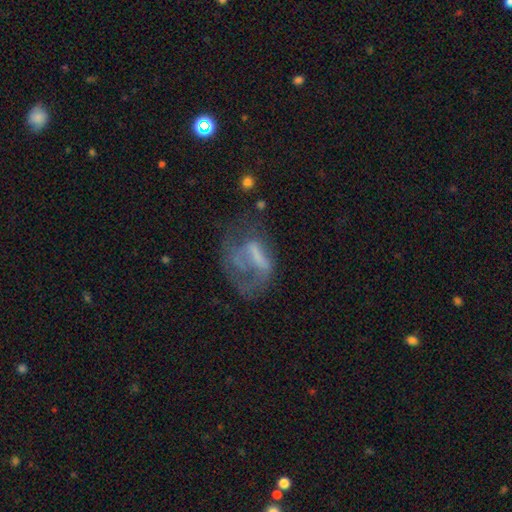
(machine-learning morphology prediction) featured or disk 55%, smooth 31%, star or artifact 14%. Down the decision tree: edge-on disk — no (94%); bar — no (50%); spiral arms — no (68%); bulge size — none (58%); merging — major disturbance (47%).